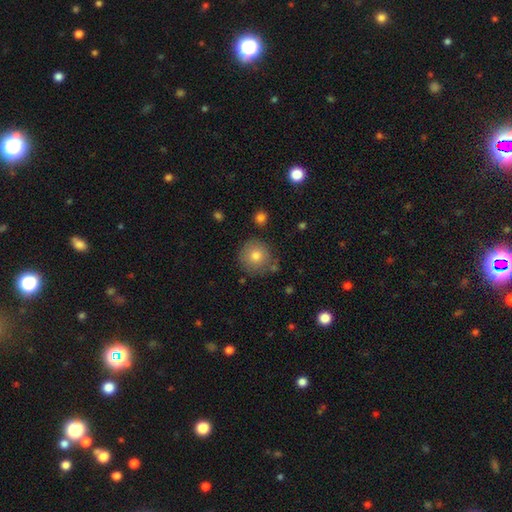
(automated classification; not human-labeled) A smooth galaxy with no disk features (79%) that is round (93%).

Vote fractions:
- Smooth or featured? smooth: 79% / featured or disk: 11% / star or artifact: 9%
- How rounded? round: 93% / in between: 6% / cigar-shaped: 1%
- Merging? none: 77% / minor disturbance: 13% / merger: 5% / major disturbance: 4%